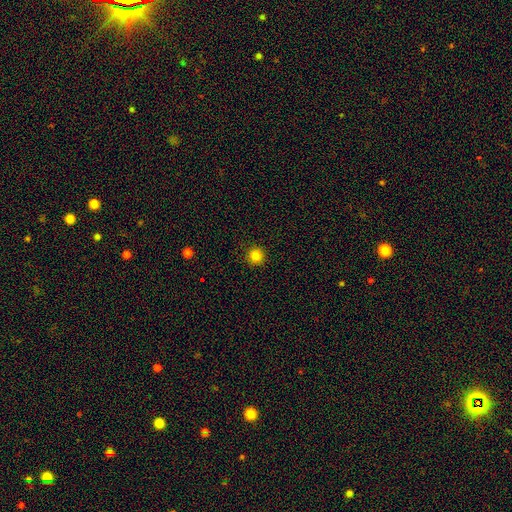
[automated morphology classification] Smooth or featured: smooth — 84% (star or artifact — 12%)
How rounded: round — 96% (in between — 3%)
Merging: none — 93% (minor disturbance — 5%)